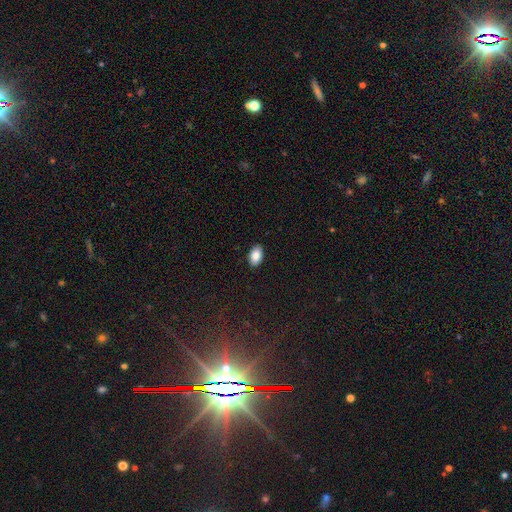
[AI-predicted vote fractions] This is clearly a smooth galaxy (86%). How rounded: clearly in between (92%). Merging: clearly none (89%).